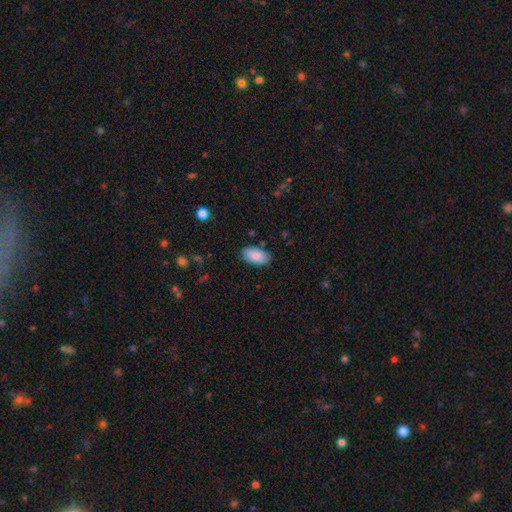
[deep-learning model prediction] This appears to be a smooth galaxy with no disk features (85%) that is in between round and cigar-shaped (94%). Merging: none (83%).